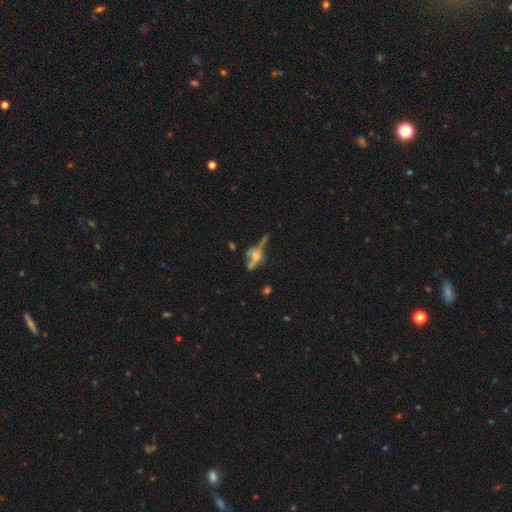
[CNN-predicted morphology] smooth-or-featured: featured or disk: 58% | smooth: 26% | star or artifact: 16%
  disk-edge-on: yes: 65% | no: 35%
  merging: none: 47% | merger: 20% | major disturbance: 17% | minor disturbance: 15%